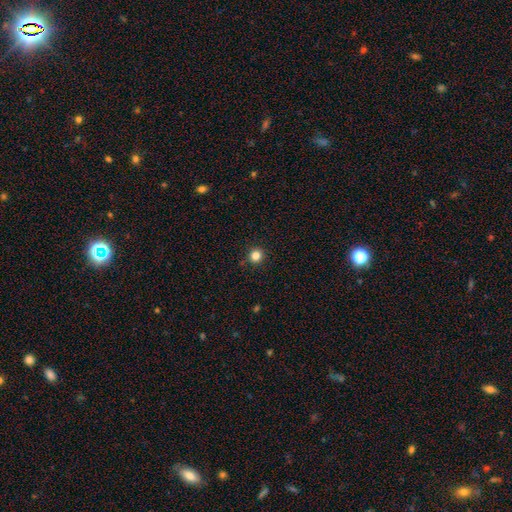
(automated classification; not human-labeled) smooth-or-featured: smooth: 83% | star or artifact: 12% | featured or disk: 4%
  how-rounded: round: 94% | in between: 5% | cigar-shaped: 1%
  merging: none: 92% | minor disturbance: 5% | major disturbance: 2% | merger: 1%